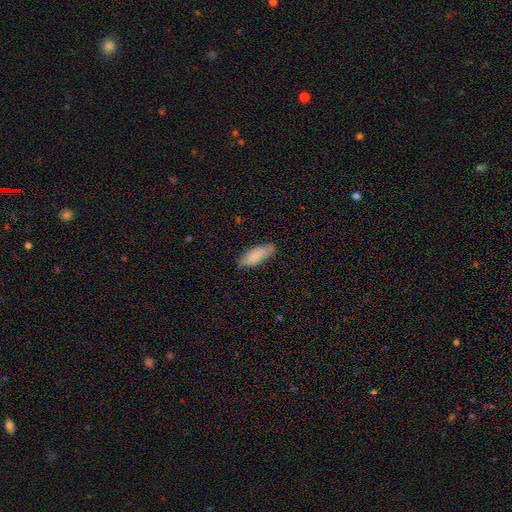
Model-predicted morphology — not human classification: smooth-or-featured: smooth: 84% | featured or disk: 9% | star or artifact: 6%
  how-rounded: in between: 72% | cigar-shaped: 26% | round: 2%
  merging: none: 74% | minor disturbance: 20% | major disturbance: 3% | merger: 2%